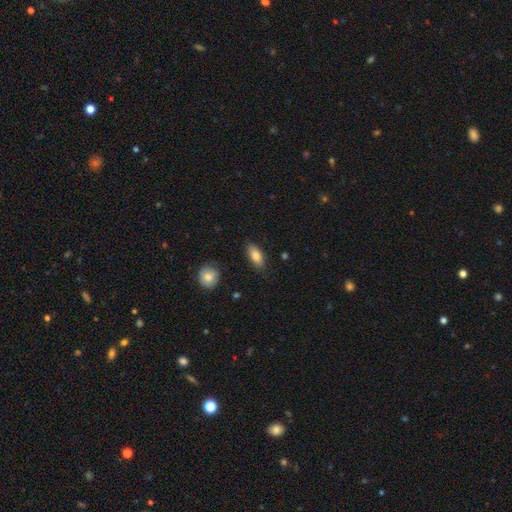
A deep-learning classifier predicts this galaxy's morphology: smooth_or_featured: smooth (p=0.82) [alt: featured or disk p=0.11]
how_rounded: in between (p=0.85) [alt: cigar-shaped p=0.12]
merging: none (p=0.84) [alt: minor disturbance p=0.12]